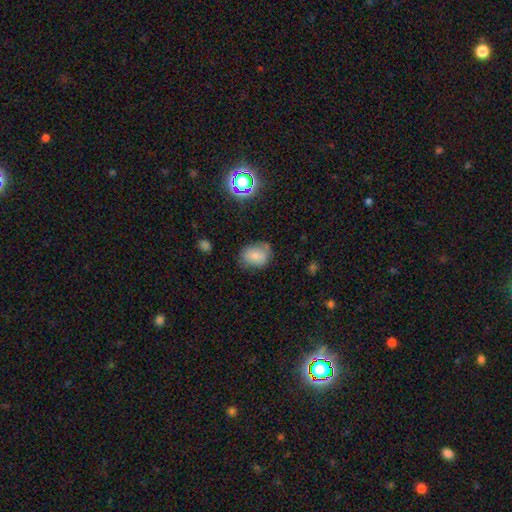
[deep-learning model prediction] The model was most divided on "how rounded": in between: 59%, round: 40%, cigar-shaped: 1%. More confident: smooth or featured — smooth (73%); merging — none (65%).